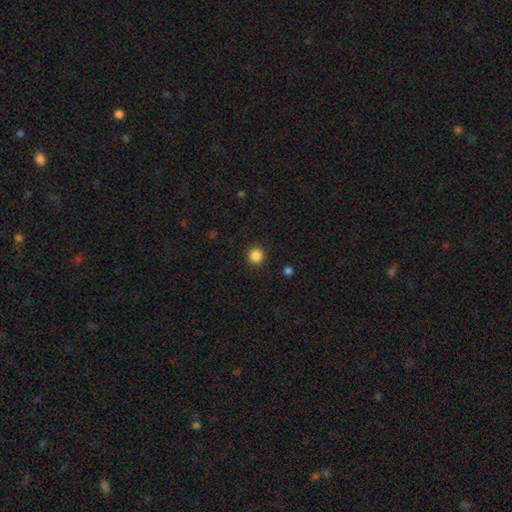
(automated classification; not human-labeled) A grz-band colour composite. It shows a smooth galaxy with no disk features (86%) that is round (92%). Merging: none (91%).